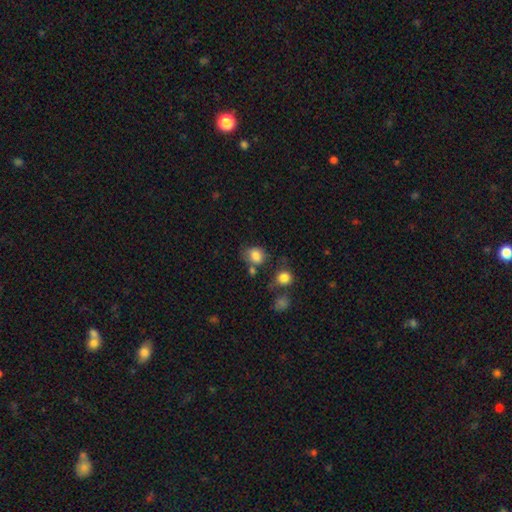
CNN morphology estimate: The model was most divided on "how rounded": round: 58%, in between: 41%, cigar-shaped: 1%. More confident: smooth or featured — smooth (82%); merging — none (58%).